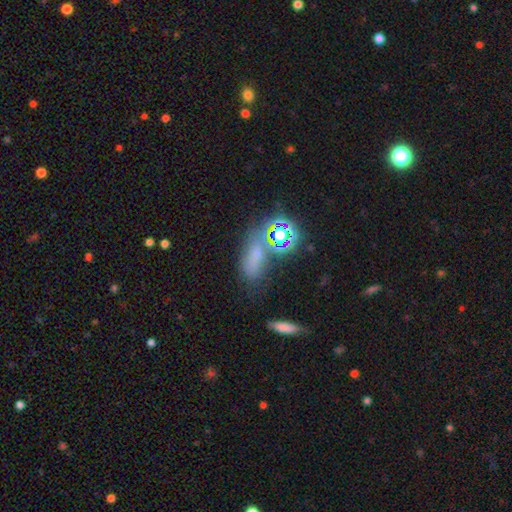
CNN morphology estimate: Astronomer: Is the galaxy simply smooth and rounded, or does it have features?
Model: smooth — 51% (runner-up: star or artifact, 38%).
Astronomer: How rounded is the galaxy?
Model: in between — 67%.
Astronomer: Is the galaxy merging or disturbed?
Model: none — 54%.